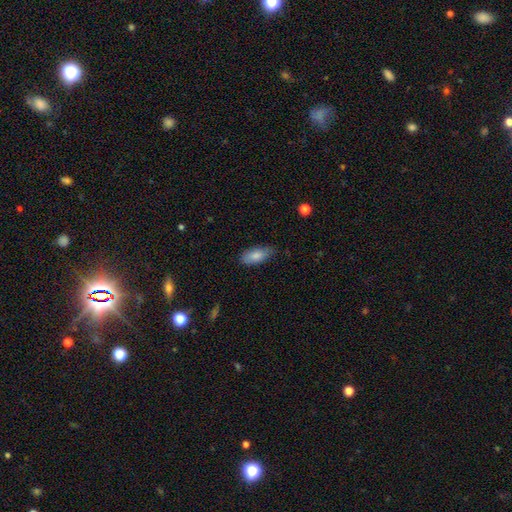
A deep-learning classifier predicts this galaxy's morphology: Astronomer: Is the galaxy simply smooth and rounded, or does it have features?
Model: smooth — 84%.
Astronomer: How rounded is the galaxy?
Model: in between — 87%.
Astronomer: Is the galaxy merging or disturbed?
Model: none — 72%.